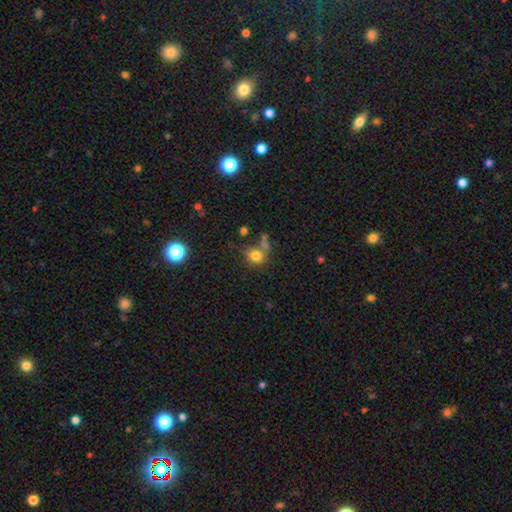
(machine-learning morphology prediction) smooth 78%, star or artifact 13%, featured or disk 9%. Down the decision tree: how rounded — round (67%); merging — none (53%).